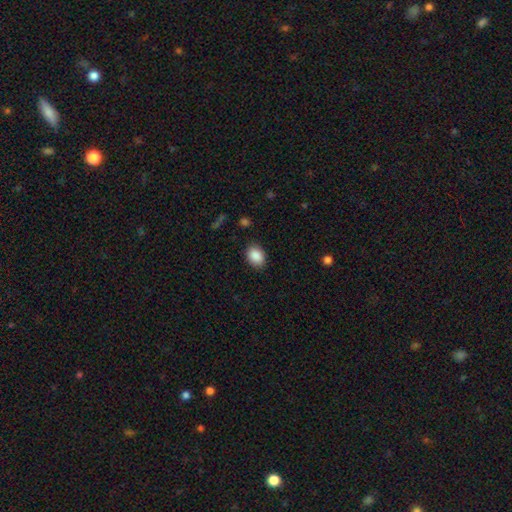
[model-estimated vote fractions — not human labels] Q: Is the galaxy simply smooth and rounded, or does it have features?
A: smooth — 89%.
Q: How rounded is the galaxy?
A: in between — 70%.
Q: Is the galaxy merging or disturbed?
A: none — 85%.